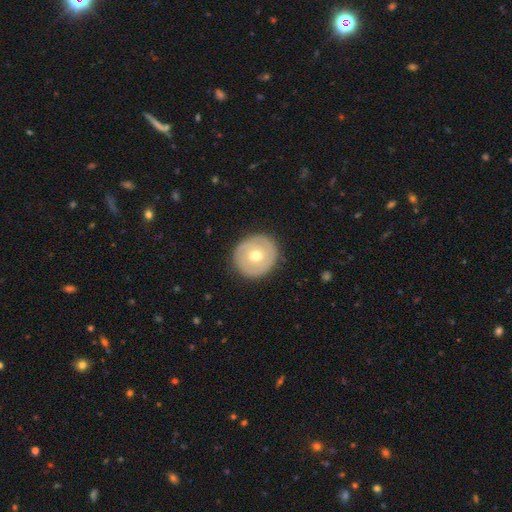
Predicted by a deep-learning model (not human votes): A featured or disk galaxy (47%).

Vote fractions:
- Smooth or featured? featured or disk: 47% / smooth: 46% / star or artifact: 6%
- Merging? none: 86% / minor disturbance: 10% / major disturbance: 3% / merger: 1%